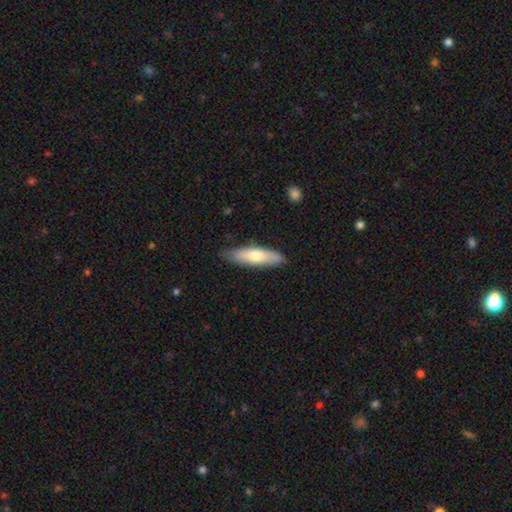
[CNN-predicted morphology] Smooth or featured? Predicted: smooth (p=0.65). How rounded? Predicted: cigar-shaped (p=0.66). Merging? Predicted: none (p=0.83).